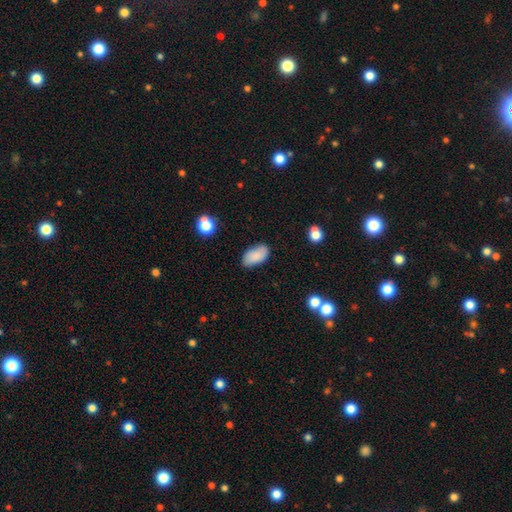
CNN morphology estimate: The model was most divided on "merging": none: 78%, minor disturbance: 17%, major disturbance: 3%, merger: 2%. More confident: how rounded — in between (94%); smooth or featured — smooth (82%).